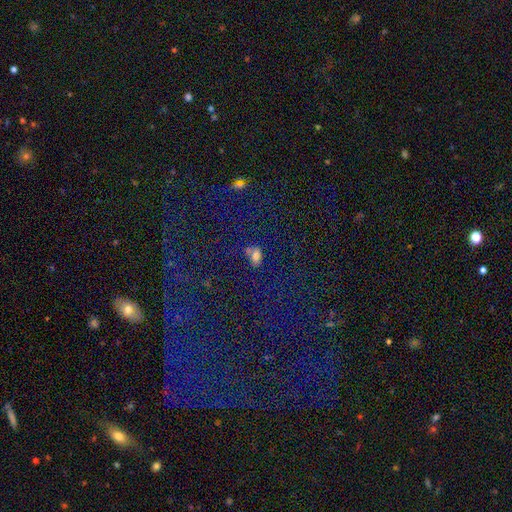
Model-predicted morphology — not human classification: Smooth or featured? smooth (70%)
How rounded? in between (82%)
Merging? none (50%)